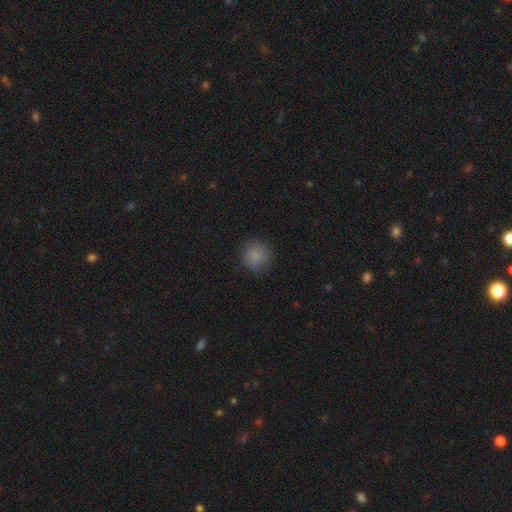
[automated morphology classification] Smooth or featured: smooth — 83% (star or artifact — 11%)
How rounded: round — 90% (in between — 9%)
Merging: none — 79% (minor disturbance — 15%)